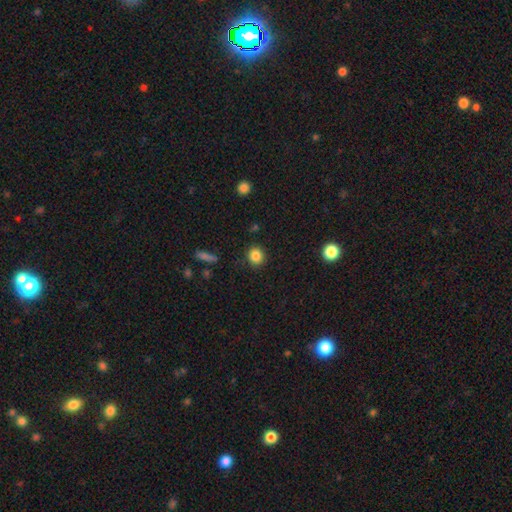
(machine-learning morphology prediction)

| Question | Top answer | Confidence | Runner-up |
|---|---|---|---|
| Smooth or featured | smooth | 85% | star or artifact (11%) |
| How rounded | round | 84% | in between (15%) |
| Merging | none | 89% | minor disturbance (7%) |